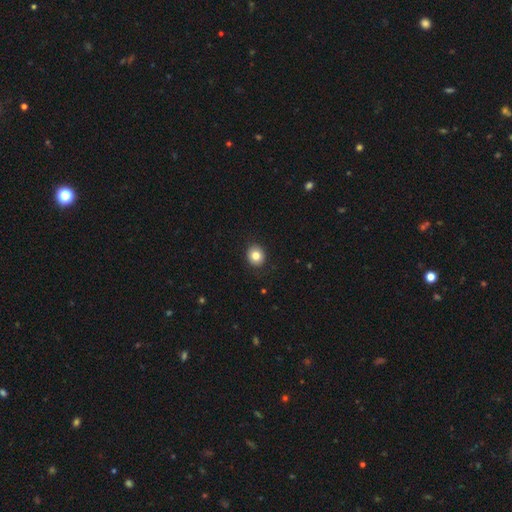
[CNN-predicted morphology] smooth-or-featured: smooth: 82% | star or artifact: 10% | featured or disk: 8%
  how-rounded: round: 79% | in between: 20% | cigar-shaped: 1%
  merging: none: 91% | minor disturbance: 6% | major disturbance: 2% | merger: 1%